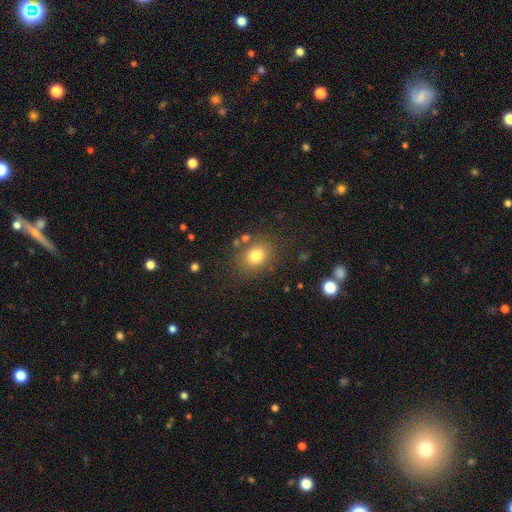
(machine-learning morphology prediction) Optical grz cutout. It shows a smooth galaxy with no disk features (78%) that is round (51%). Merging: none (79%).